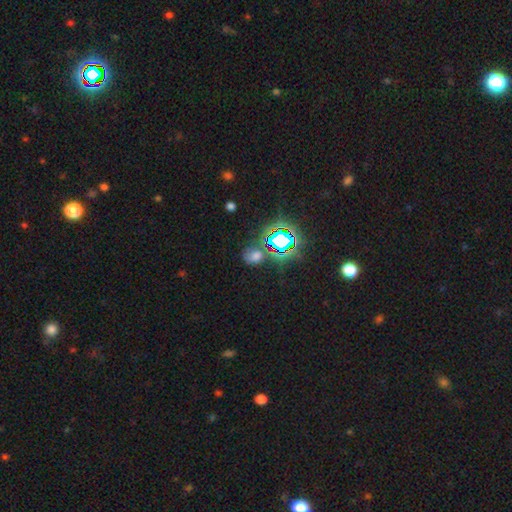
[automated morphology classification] Smooth or featured? star or artifact (45%)